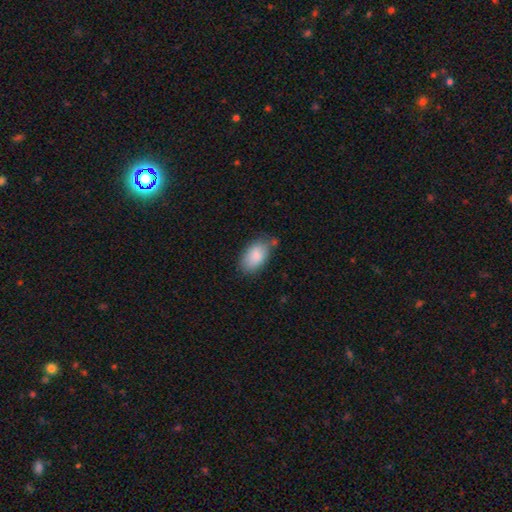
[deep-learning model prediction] The model was most divided on "merging": none: 65%, minor disturbance: 25%, major disturbance: 5%, merger: 5%. More confident: how rounded — in between (93%); smooth or featured — smooth (87%).